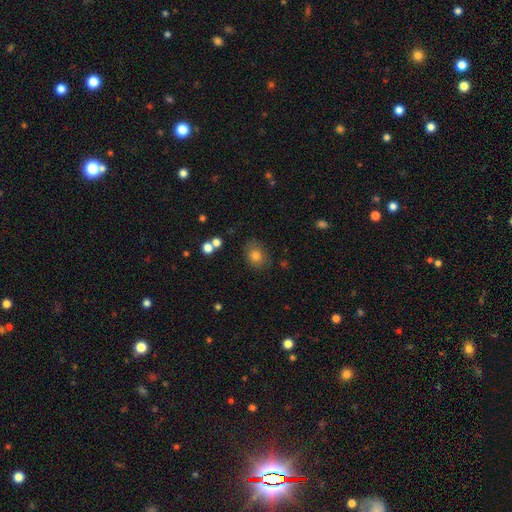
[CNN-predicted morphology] type=smooth (79%); roundness=round (51%); merging=none (78%).